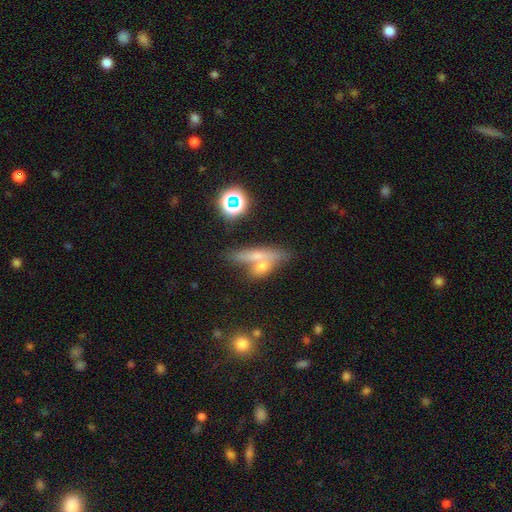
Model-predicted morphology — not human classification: Smooth or featured: smooth — 59% (featured or disk — 26%)
How rounded: in between — 47% (cigar-shaped — 44%)
Merging: merger — 45% (none — 37%)